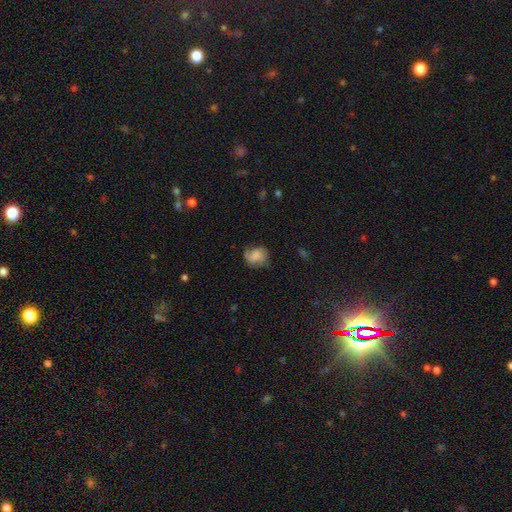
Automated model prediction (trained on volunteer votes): This is possibly a smooth galaxy (59%). How rounded: possibly round (60%). Merging: possibly none (54%).